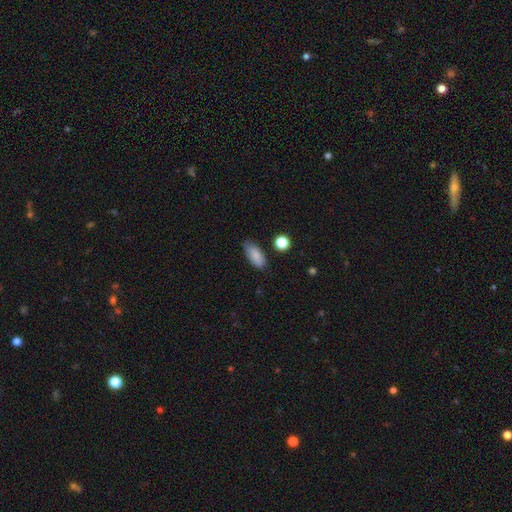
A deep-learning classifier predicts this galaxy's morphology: smooth-or-featured: smooth: 86% | star or artifact: 7% | featured or disk: 7%
  how-rounded: in between: 85% | cigar-shaped: 12% | round: 3%
  merging: none: 77% | minor disturbance: 17% | major disturbance: 3% | merger: 2%